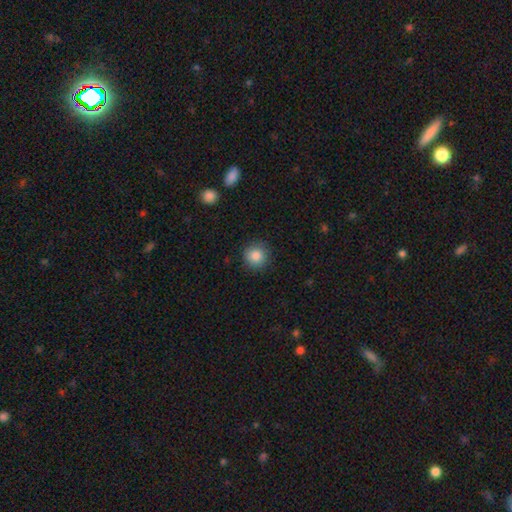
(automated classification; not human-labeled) Morphology: type=smooth (85%); roundness=round (93%); merging=none (88%).